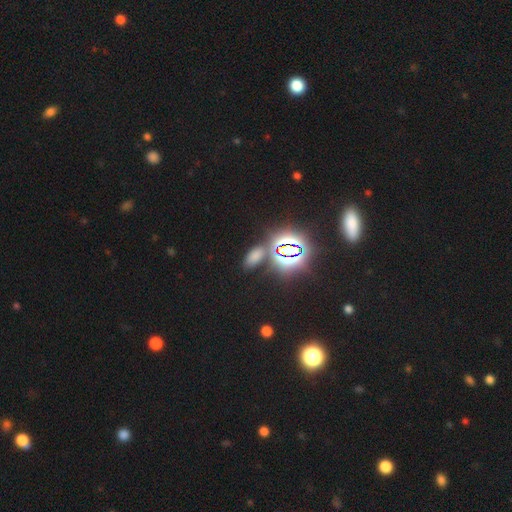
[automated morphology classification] Smooth or featured? Predicted: smooth (p=0.49). Merging? Predicted: none (p=0.76).